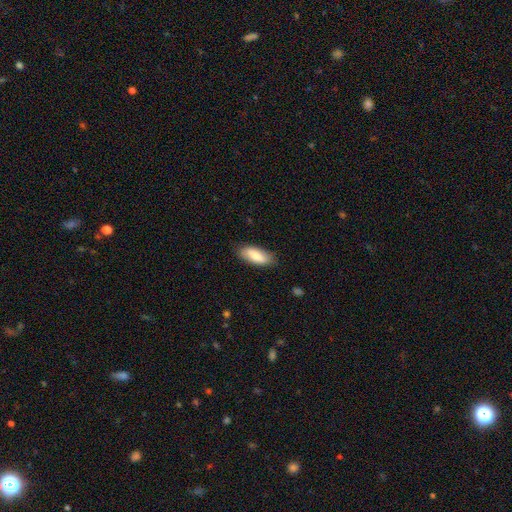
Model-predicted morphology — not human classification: The model was most divided on "how rounded": in between: 79%, cigar-shaped: 19%, round: 2%. More confident: merging — none (83%); smooth or featured — smooth (79%).